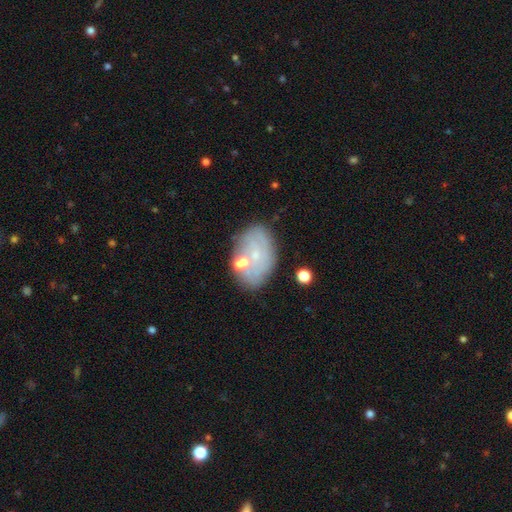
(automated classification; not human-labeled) The model was most divided on "smooth or featured": featured or disk: 52%, smooth: 37%, star or artifact: 11%. More confident: edge-on disk — no (95%); merging — none (63%).